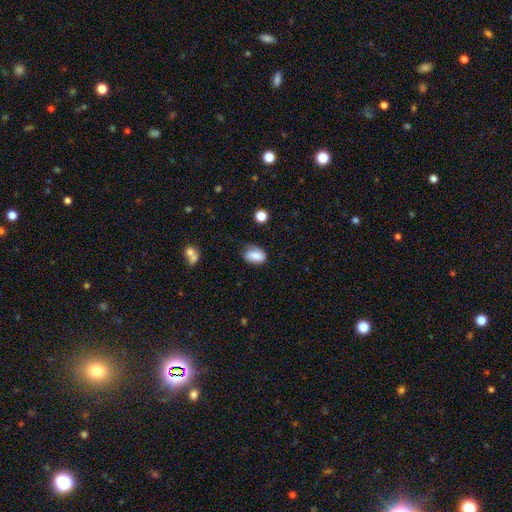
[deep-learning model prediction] This appears to be a smooth galaxy with no disk features (69%) that is in between round and cigar-shaped (85%). Merging: none (61%).